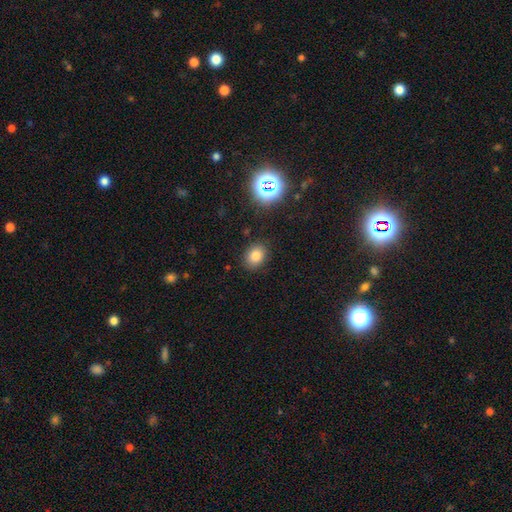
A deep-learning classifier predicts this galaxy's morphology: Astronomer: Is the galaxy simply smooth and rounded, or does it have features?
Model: smooth — 78%.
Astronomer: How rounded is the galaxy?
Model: in between — 52% (runner-up: round, 47%).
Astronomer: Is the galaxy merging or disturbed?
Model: none — 87%.